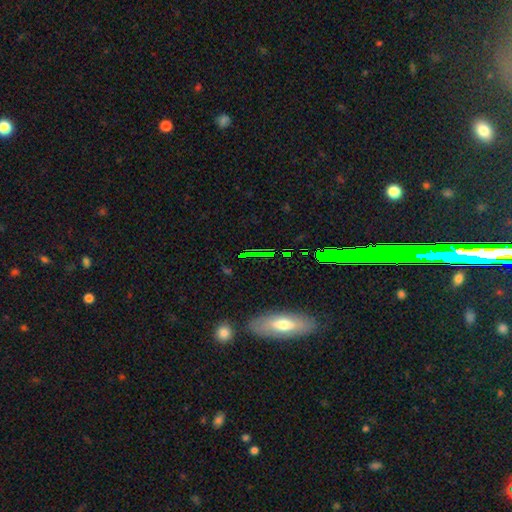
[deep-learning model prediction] A star or artifact, not a galaxy (35%).

Vote fractions:
- Smooth or featured? star or artifact: 35% / smooth: 33% / featured or disk: 32%